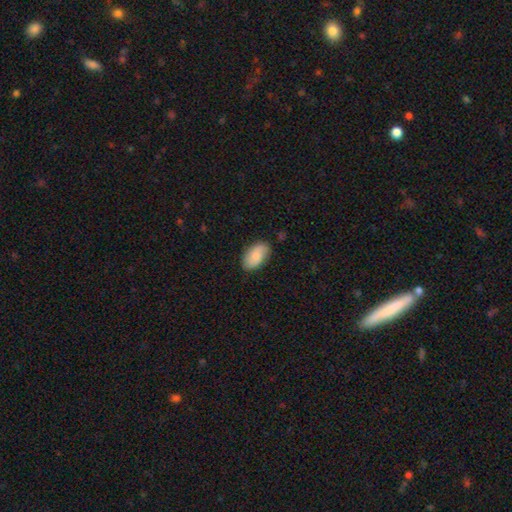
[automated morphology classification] Smooth or featured: smooth — 75% (featured or disk — 19%)
How rounded: in between — 94% (round — 4%)
Merging: none — 78% (minor disturbance — 17%)